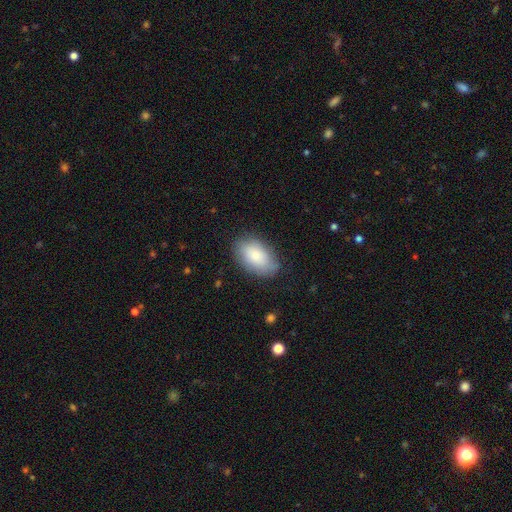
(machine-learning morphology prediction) This appears to be a smooth galaxy with no disk features (82%) that is in between round and cigar-shaped (94%). Merging: none (77%).